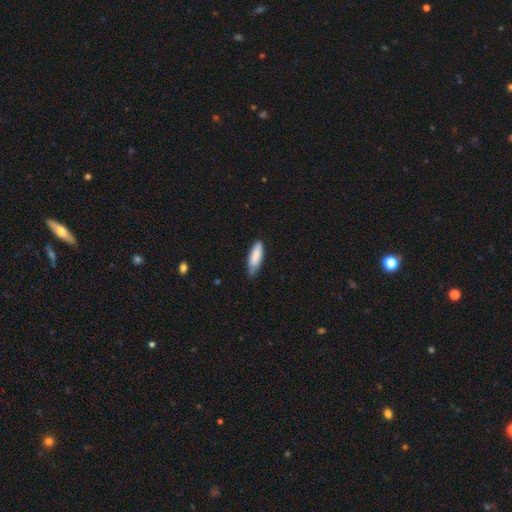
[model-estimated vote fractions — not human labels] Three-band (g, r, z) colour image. It shows a smooth galaxy with no disk features (85%) that is in between round and cigar-shaped (60%). Merging: none (66%).